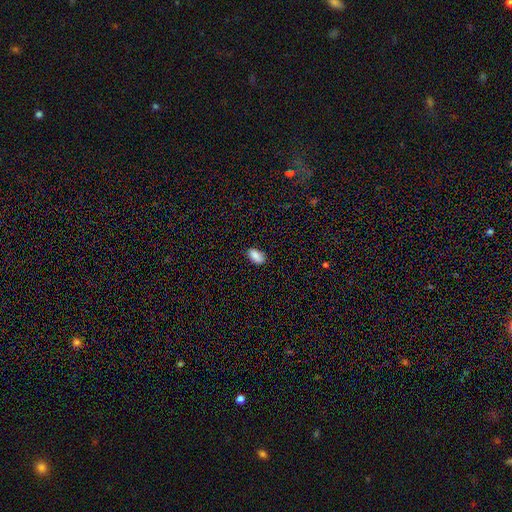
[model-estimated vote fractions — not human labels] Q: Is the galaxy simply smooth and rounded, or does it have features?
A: smooth — 87%.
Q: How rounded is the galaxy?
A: in between — 92%.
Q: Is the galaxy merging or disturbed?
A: none — 77%.